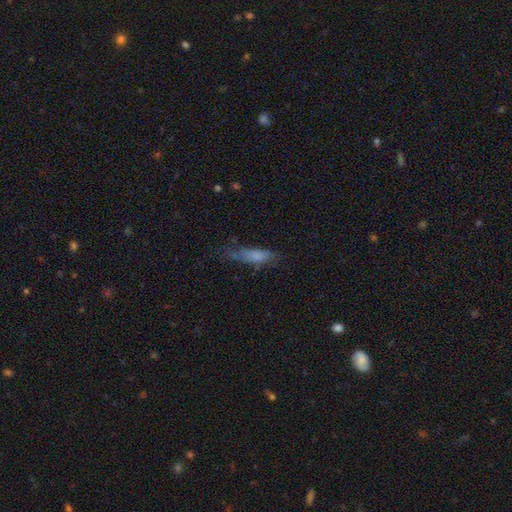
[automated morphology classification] Smooth or featured? Predicted: smooth (p=0.66). How rounded? Predicted: cigar-shaped (p=0.63). Merging? Predicted: none (p=0.54).